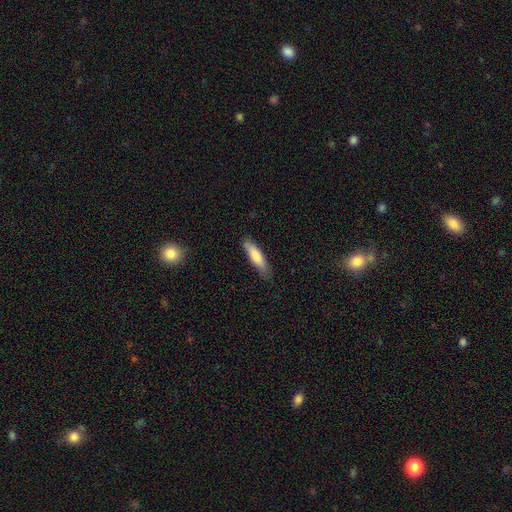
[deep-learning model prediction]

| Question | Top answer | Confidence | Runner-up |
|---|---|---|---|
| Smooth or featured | smooth | 78% | featured or disk (16%) |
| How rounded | cigar-shaped | 73% | in between (26%) |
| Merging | none | 76% | minor disturbance (19%) |